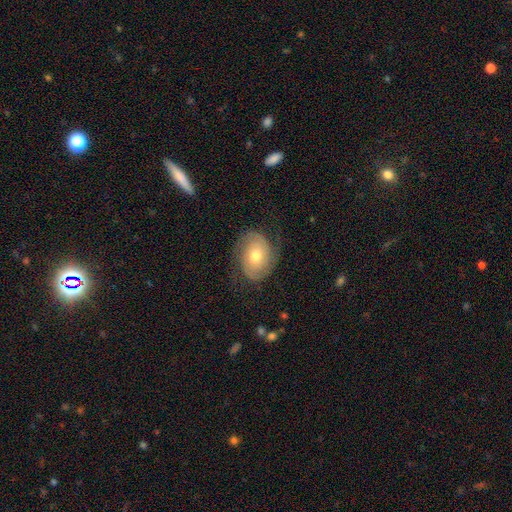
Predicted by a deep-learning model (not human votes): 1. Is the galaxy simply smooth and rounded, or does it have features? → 71% featured or disk, 22% smooth, 7% star or artifact.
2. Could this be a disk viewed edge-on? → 97% no, 3% yes.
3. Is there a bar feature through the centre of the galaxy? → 75% no, 20% weak, 5% strong.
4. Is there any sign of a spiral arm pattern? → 90% yes, 10% no.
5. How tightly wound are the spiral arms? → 44% tight, 38% medium, 19% loose.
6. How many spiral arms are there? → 83% 2, 9% can't tell, 3% 3, 3% 1, 1% 4, 1% more than 4.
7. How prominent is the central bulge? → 70% moderate, 22% small, 5% large, 1% dominant, 1% none.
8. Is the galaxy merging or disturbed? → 72% none, 17% minor disturbance, 9% major disturbance, 1% merger.